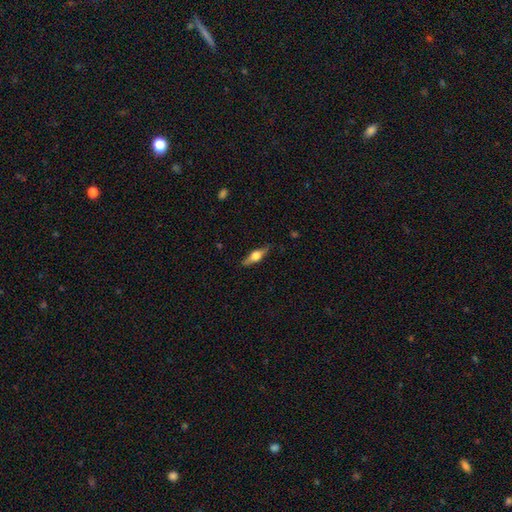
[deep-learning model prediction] This appears to be a featured or disk galaxy (61%) viewed edge-on (95%) with a rounded central bulge (93%). Merging: none (86%).